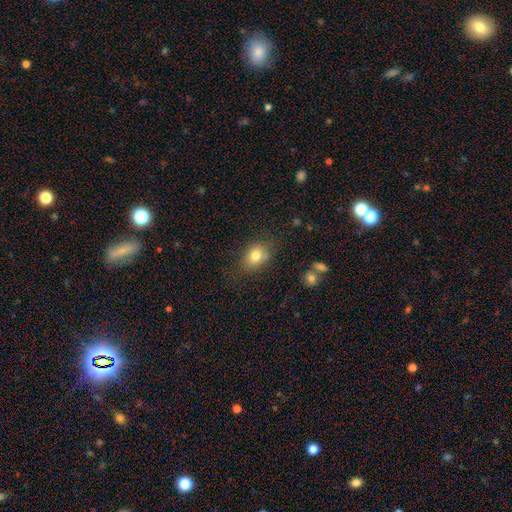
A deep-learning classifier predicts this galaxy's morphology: Smooth or featured: smooth — 80% (star or artifact — 11%)
How rounded: in between — 62% (round — 37%)
Merging: none — 72% (minor disturbance — 17%)